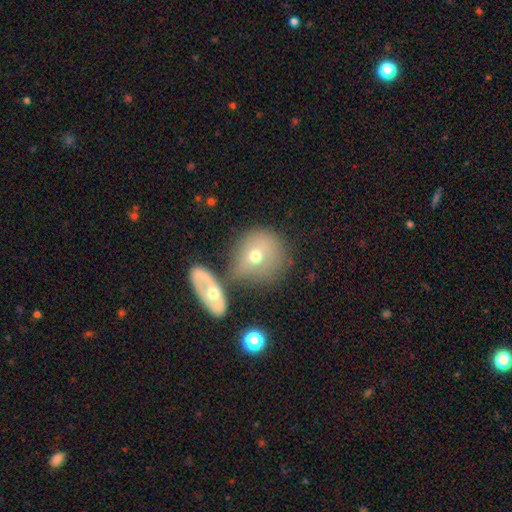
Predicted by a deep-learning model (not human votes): smooth_or_featured: smooth (p=0.63) [alt: featured or disk p=0.28]
how_rounded: round (p=0.73) [alt: in between p=0.26]
merging: none (p=0.47) [alt: merger p=0.31]